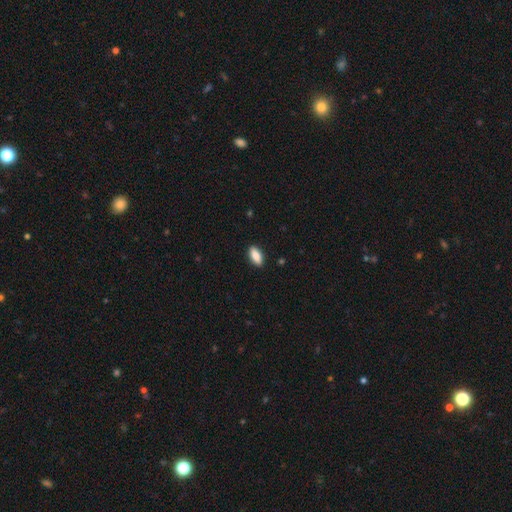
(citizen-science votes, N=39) Smooth or featured: smooth — 82% (featured or disk — 13%)
How rounded: in between — 88% (cigar-shaped — 9%)
Merging: none — 97% (minor disturbance — 3%)